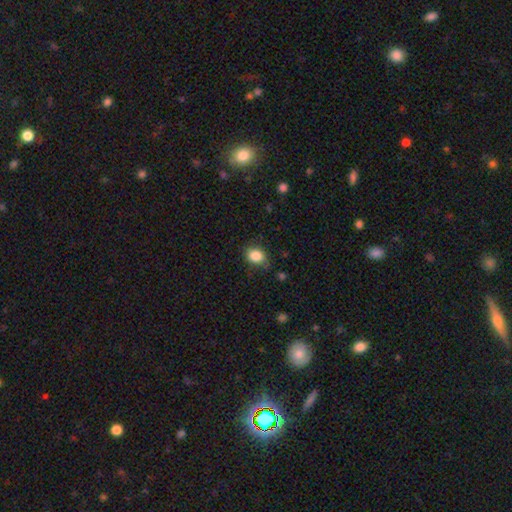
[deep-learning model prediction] A smooth galaxy with no disk features (86%) that is round (55%).

Vote fractions:
- Smooth or featured? smooth: 86% / star or artifact: 10% / featured or disk: 5%
- How rounded? round: 55% / in between: 44% / cigar-shaped: 1%
- Merging? none: 74% / minor disturbance: 20% / major disturbance: 4% / merger: 2%